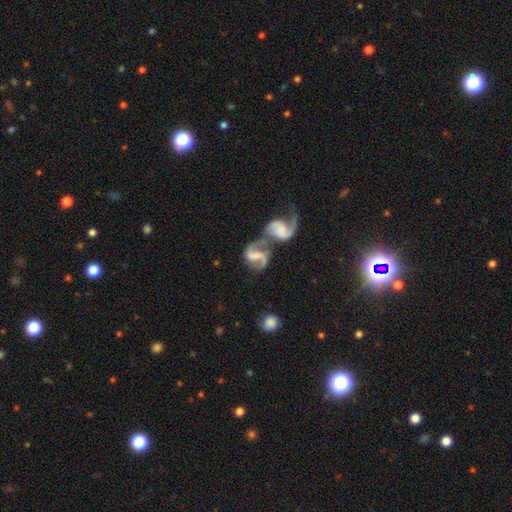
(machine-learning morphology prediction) smooth_or_featured: featured or disk (p=0.82) [alt: smooth p=0.12]
disk_edge_on: no (p=0.97) [alt: yes p=0.03]
bar: weak (p=0.43) [alt: no p=0.30]
has_spiral_arms: yes (p=0.93) [alt: no p=0.07]
spiral_winding: loose (p=0.48) [alt: medium p=0.41]
spiral_arm_count: 2 (p=0.85) [alt: 1 p=0.07]
bulge_size: none (p=0.35) [alt: small p=0.29]
merging: merger (p=0.65) [alt: none p=0.18]